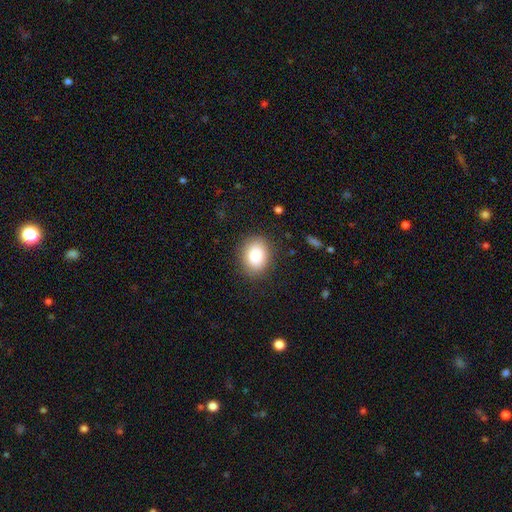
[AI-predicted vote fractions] Smooth or featured? smooth (83%)
How rounded? in between (53%)
Merging? none (85%)